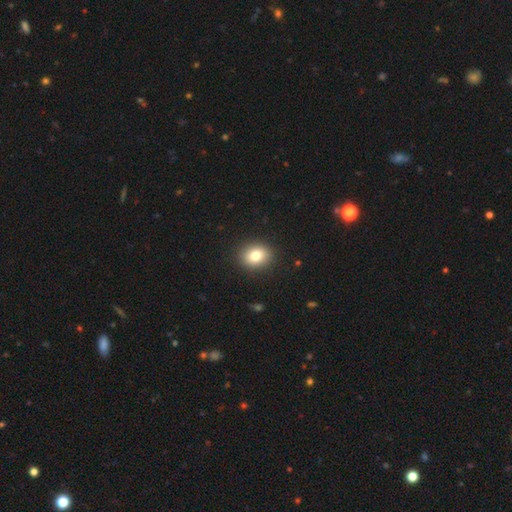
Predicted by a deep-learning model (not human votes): Overall: smooth (80%). How rounded: round (52%; in between 47%). Merging: none (90%).